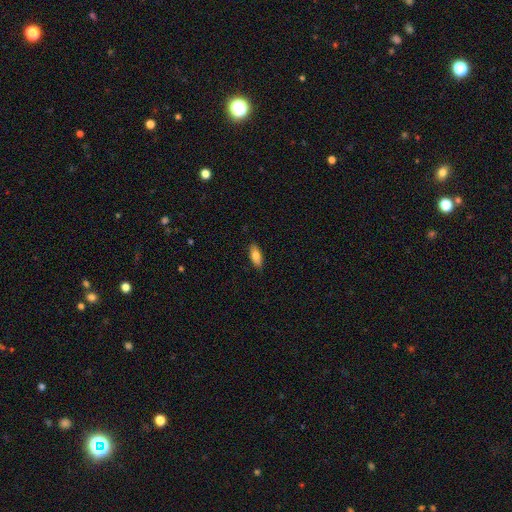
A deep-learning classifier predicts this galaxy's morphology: This is clearly a smooth galaxy (80%). How rounded: likely in between (76%). Merging: clearly none (88%).